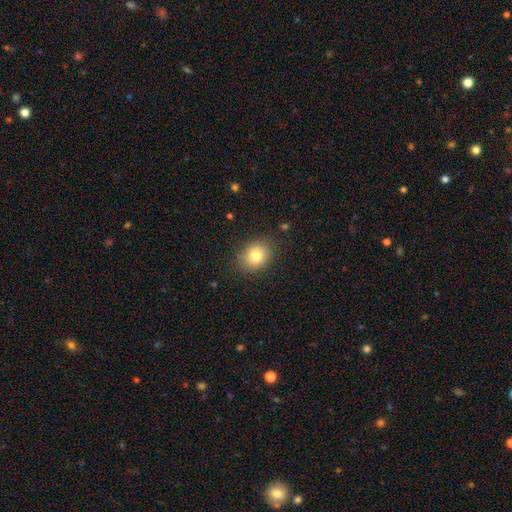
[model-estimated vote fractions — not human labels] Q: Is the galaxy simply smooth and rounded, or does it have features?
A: smooth — 80%.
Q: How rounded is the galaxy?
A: round — 56%.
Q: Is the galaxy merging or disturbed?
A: none — 85%.